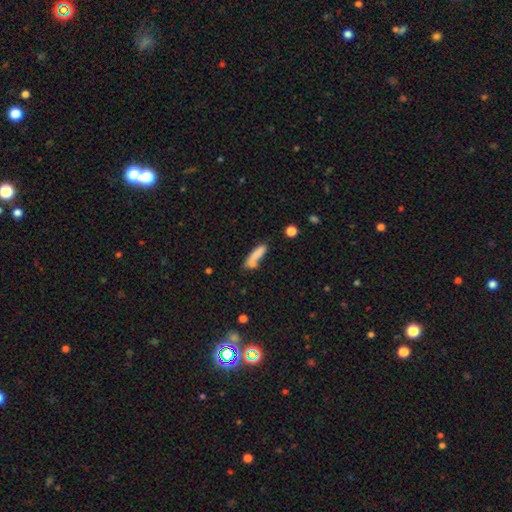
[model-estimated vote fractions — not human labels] Smooth or featured? Predicted: smooth (p=0.78). How rounded? Predicted: cigar-shaped (p=0.70). Merging? Predicted: none (p=0.54).